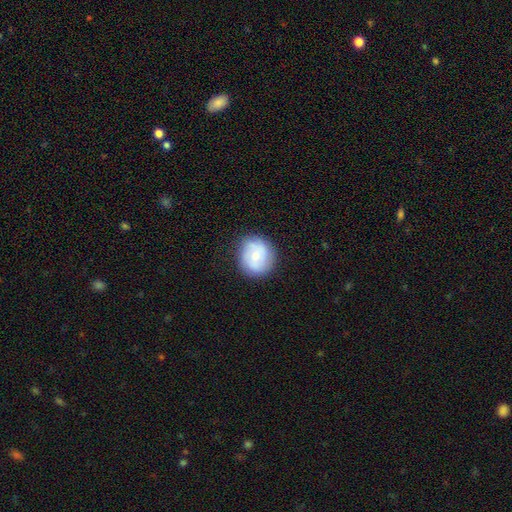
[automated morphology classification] A smooth galaxy with no disk features (53%) that is round (81%). Merging: none (80%).